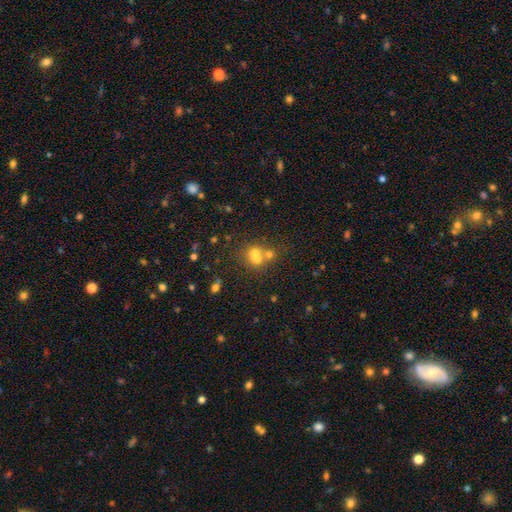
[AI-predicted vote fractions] Smooth or featured? Predicted: smooth (p=0.59). How rounded? Predicted: round (p=0.77). Merging? Predicted: merger (p=0.56).